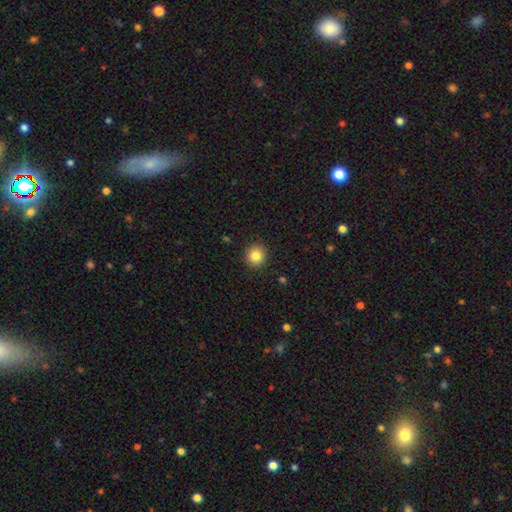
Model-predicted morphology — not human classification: A smooth galaxy with no disk features (84%) that is round (91%). Merging: none (92%).